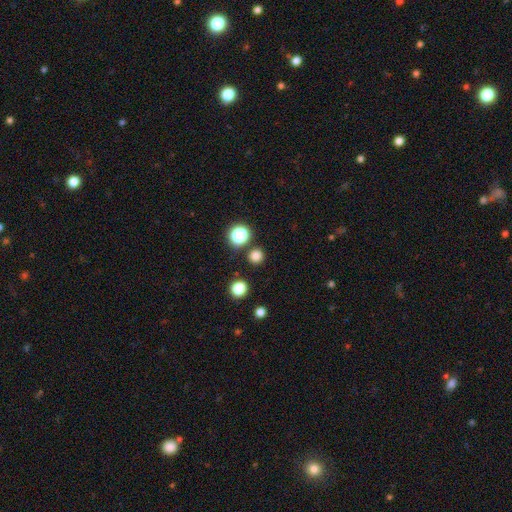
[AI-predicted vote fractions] Overall: smooth (77%). How rounded: round (94%). Merging: none (88%).